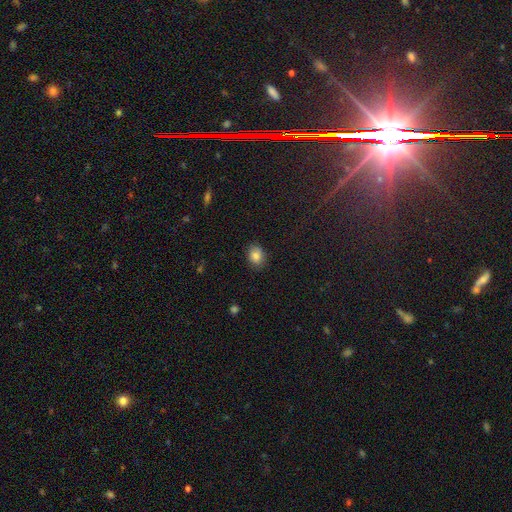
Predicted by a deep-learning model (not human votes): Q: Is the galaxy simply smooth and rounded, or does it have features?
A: smooth — 84%.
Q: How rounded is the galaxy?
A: in between — 52%.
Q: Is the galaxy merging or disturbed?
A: none — 85%.